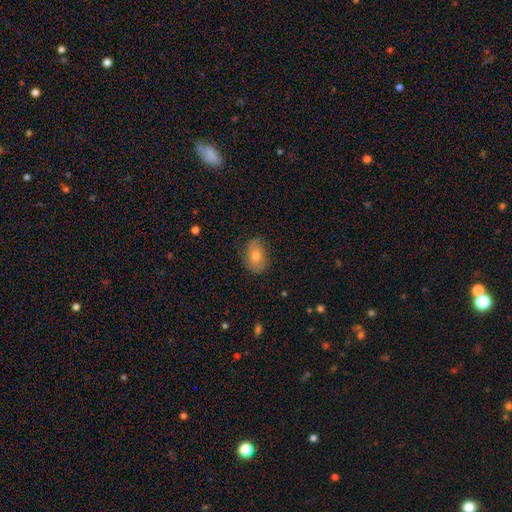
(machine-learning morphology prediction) The model was most divided on "how rounded": in between: 75%, round: 24%, cigar-shaped: 1%. More confident: merging — none (79%); smooth or featured — smooth (72%).